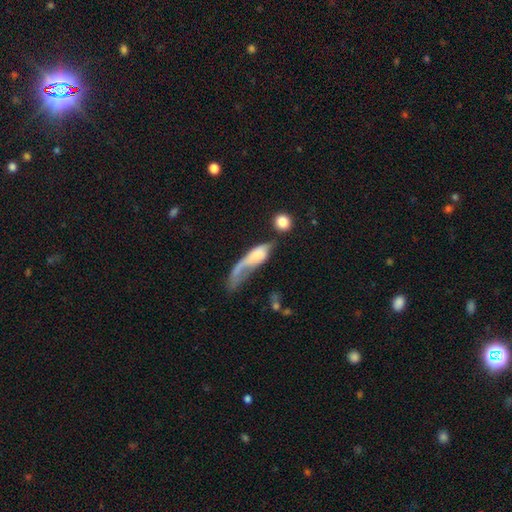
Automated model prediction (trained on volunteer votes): smooth-or-featured: smooth: 49% | featured or disk: 43% | star or artifact: 8%
  merging: major disturbance: 50% | merger: 19% | none: 16% | minor disturbance: 15%